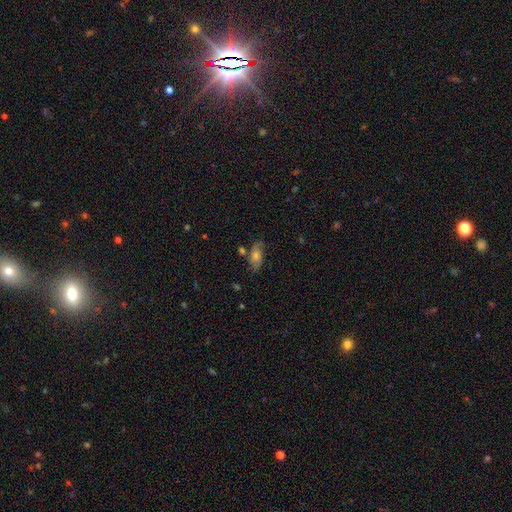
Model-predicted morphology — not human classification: A smooth galaxy with no disk features (43%, tied with featured or disk). Merging: none (68%).